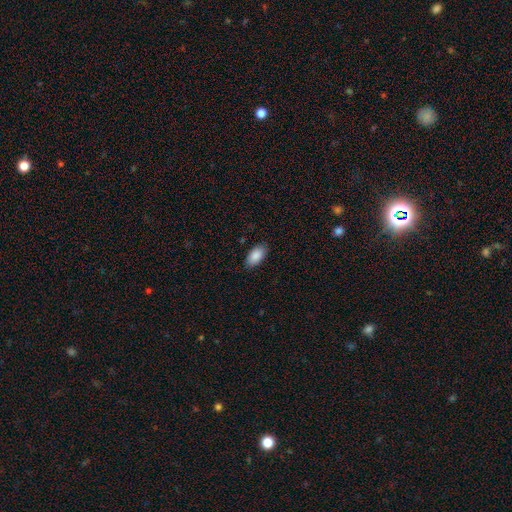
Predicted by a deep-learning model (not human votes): A smooth galaxy with no disk features (89%) that is in between round and cigar-shaped (94%). Merging: none (87%).